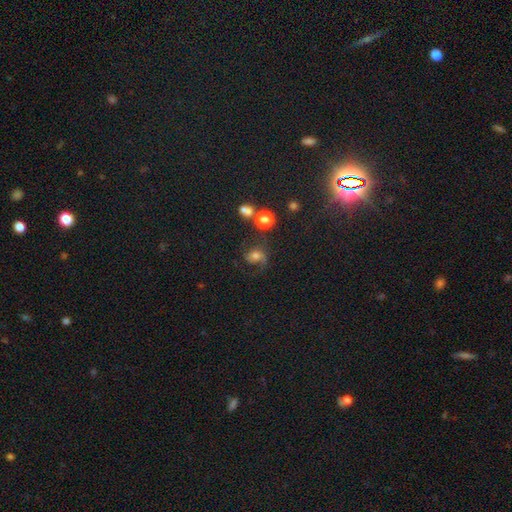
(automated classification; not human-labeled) This is marginally a featured or disk galaxy (43%). Merging: marginally none (45%).